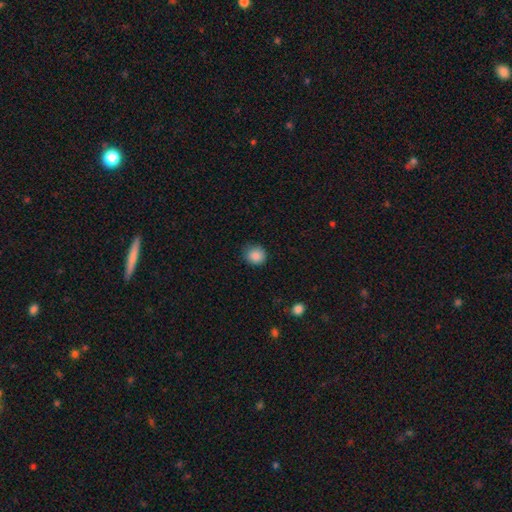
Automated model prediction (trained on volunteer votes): Overall: smooth (87%). How rounded: round (85%). Merging: none (82%).